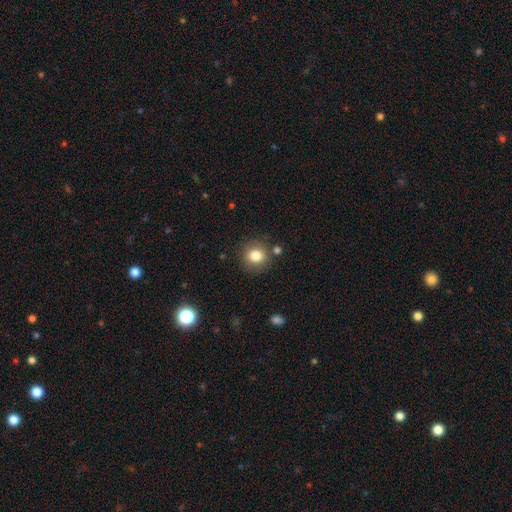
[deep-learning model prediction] This appears to be a smooth galaxy with no disk features (81%) that is round (86%). Merging: none (84%).